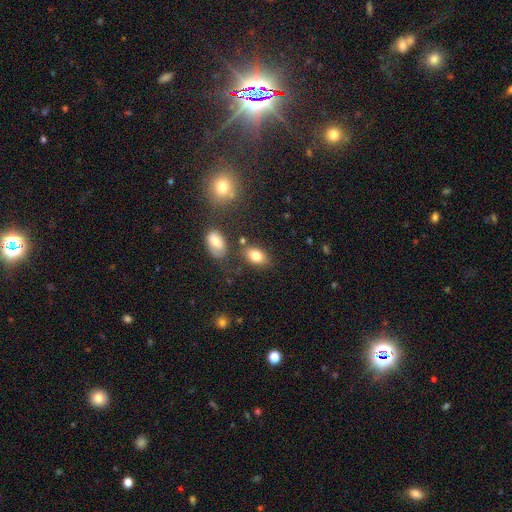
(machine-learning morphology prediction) Smooth or featured: smooth — 81% (featured or disk — 9%)
How rounded: in between — 88% (round — 10%)
Merging: none — 74% (minor disturbance — 14%)